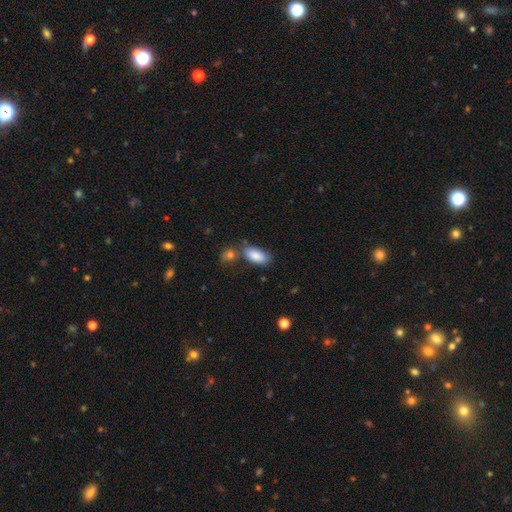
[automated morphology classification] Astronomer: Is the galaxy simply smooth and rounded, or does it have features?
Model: smooth — 87%.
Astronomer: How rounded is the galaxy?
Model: in between — 90%.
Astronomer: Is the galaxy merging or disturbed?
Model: none — 64%.